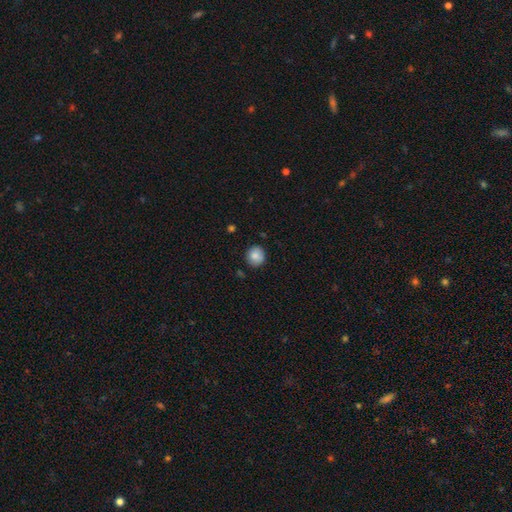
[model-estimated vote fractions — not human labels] Smooth or featured: smooth — 85% (star or artifact — 8%)
How rounded: round — 88% (in between — 11%)
Merging: none — 86% (minor disturbance — 10%)